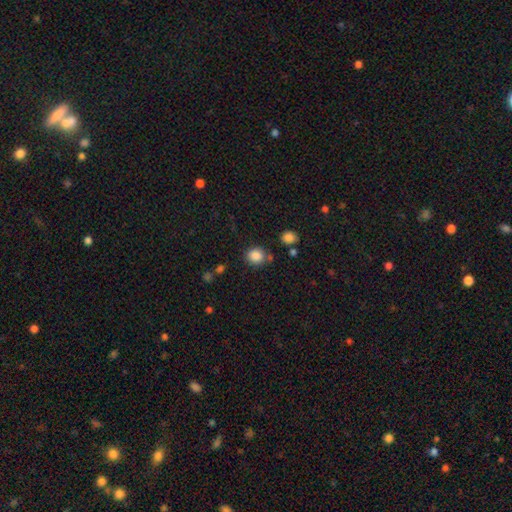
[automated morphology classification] Smooth or featured? Predicted: smooth (p=0.86). How rounded? Predicted: round (p=0.77). Merging? Predicted: none (p=0.77).